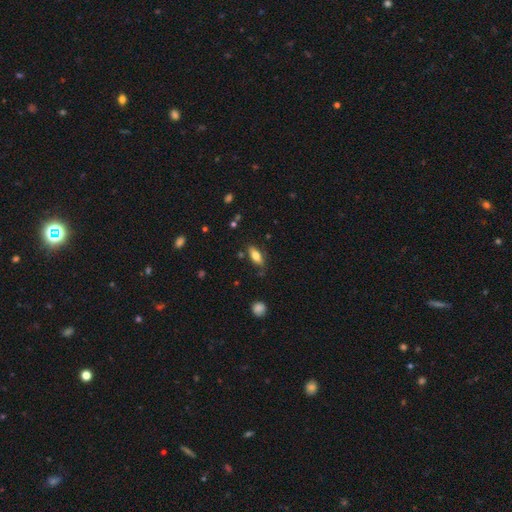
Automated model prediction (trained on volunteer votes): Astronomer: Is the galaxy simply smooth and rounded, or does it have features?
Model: smooth — 72%.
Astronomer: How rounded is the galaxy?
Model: in between — 77%.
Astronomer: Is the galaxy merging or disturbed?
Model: none — 78%.